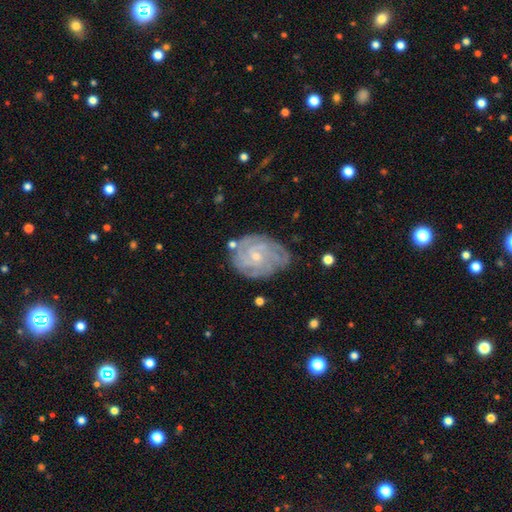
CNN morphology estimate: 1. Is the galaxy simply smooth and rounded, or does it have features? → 83% featured or disk, 10% smooth, 6% star or artifact.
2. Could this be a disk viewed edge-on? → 97% no, 3% yes.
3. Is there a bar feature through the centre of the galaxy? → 67% no, 28% weak, 5% strong.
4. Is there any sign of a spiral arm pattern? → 96% yes, 4% no.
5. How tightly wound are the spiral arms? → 73% tight, 22% medium, 5% loose.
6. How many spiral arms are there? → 30% can't tell, 26% 4, 18% 3, 11% 2, 9% more than 4, 6% 1.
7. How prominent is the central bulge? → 73% small, 24% moderate, 2% none, 1% large, 1% dominant.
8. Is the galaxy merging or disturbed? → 72% none, 20% minor disturbance, 6% major disturbance, 3% merger.